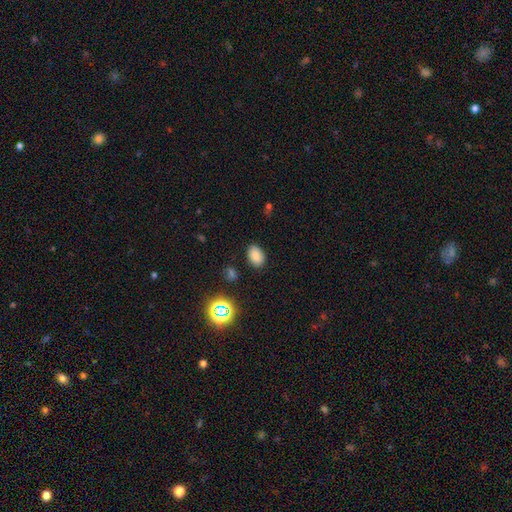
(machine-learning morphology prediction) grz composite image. It shows a smooth galaxy with no disk features (78%) that is in between round and cigar-shaped (86%). Merging: none (86%).